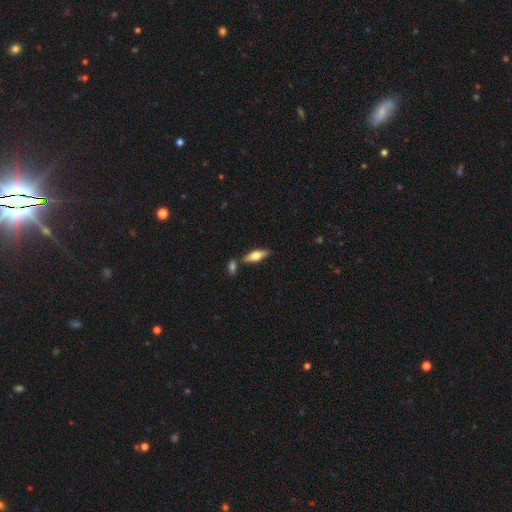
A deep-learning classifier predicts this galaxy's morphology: smooth 54%, featured or disk 40%, star or artifact 6%. Down the decision tree: how rounded — in between (58%); merging — none (73%).